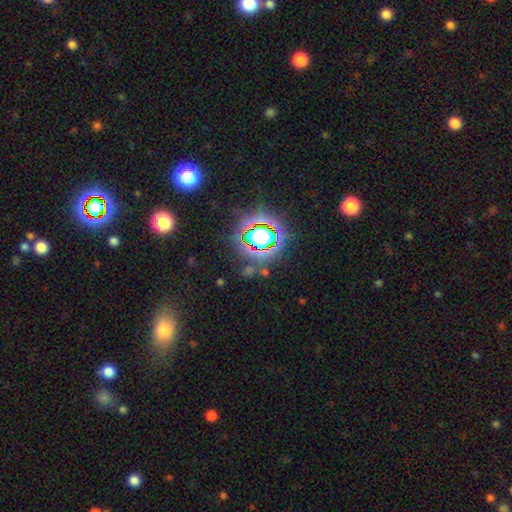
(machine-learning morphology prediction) smooth-or-featured: star or artifact: 72% | smooth: 18% | featured or disk: 9%